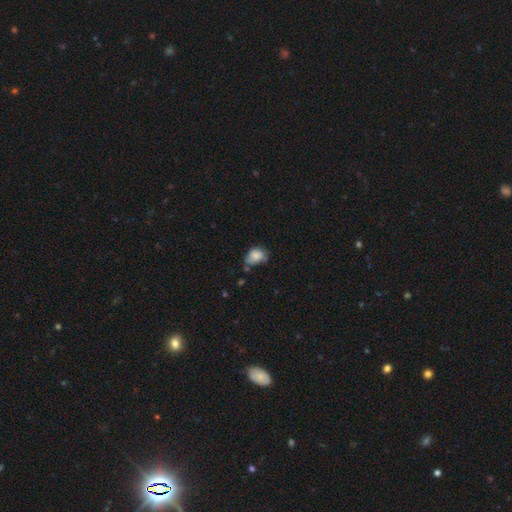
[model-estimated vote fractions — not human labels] A smooth galaxy with no disk features (77%) that is in between round and cigar-shaped (69%). Merging: none (42%).